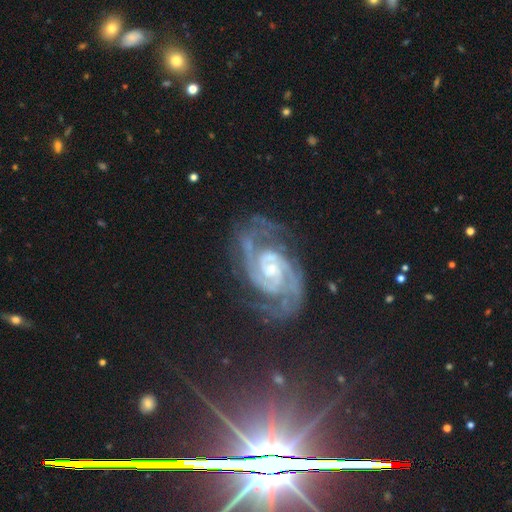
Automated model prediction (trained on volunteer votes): Morphology: type=featured or disk (83%); edge-on=no (96%); bar=no (50%); spiral arms=yes (98%); winding=tight (50%); arm count=2 (74%); bulge=moderate (47%); merging=none (76%).